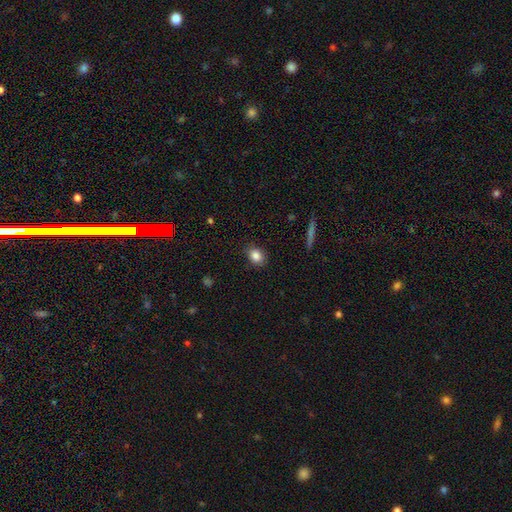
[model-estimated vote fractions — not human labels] A smooth galaxy with no disk features (85%) that is in between round and cigar-shaped (52%).

Vote fractions:
- Smooth or featured? smooth: 85% / star or artifact: 9% / featured or disk: 6%
- How rounded? in between: 52% / round: 47% / cigar-shaped: 2%
- Merging? none: 86% / minor disturbance: 11% / major disturbance: 2% / merger: 1%